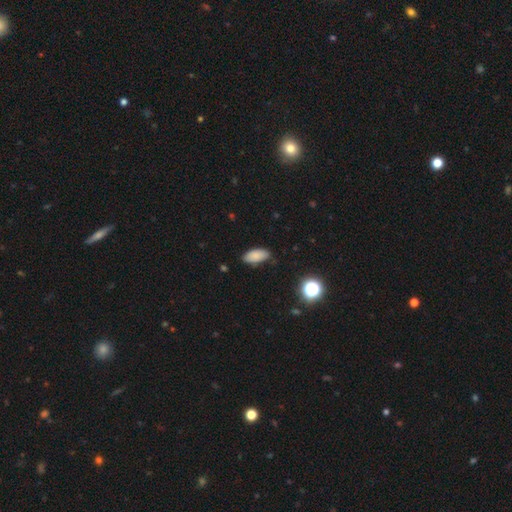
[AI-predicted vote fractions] This is clearly a smooth galaxy (85%). How rounded: clearly in between (90%). Merging: likely none (78%).